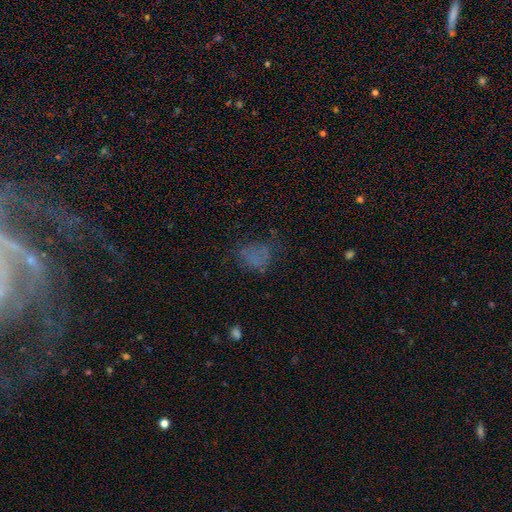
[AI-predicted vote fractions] A smooth galaxy with no disk features (58%) that is in between round and cigar-shaped (61%). Merging: none (50%).